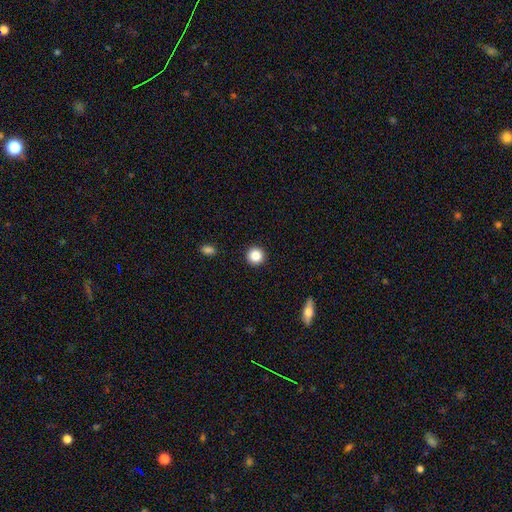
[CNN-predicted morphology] A smooth galaxy with no disk features (86%) that is round (95%).

Vote fractions:
- Smooth or featured? smooth: 86% / star or artifact: 10% / featured or disk: 4%
- How rounded? round: 95% / in between: 4% / cigar-shaped: 1%
- Merging? none: 93% / minor disturbance: 4% / major disturbance: 2% / merger: 1%